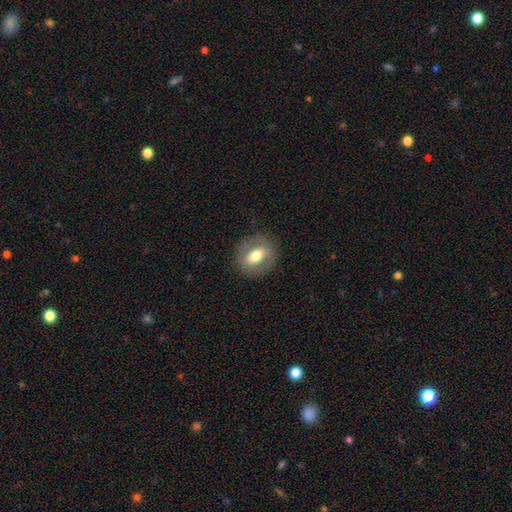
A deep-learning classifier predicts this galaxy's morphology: A smooth galaxy with no disk features (55%) that is round (51%).

Vote fractions:
- Smooth or featured? smooth: 55% / featured or disk: 37% / star or artifact: 8%
- How rounded? round: 51% / in between: 47% / cigar-shaped: 2%
- Merging? none: 84% / minor disturbance: 10% / major disturbance: 5% / merger: 1%